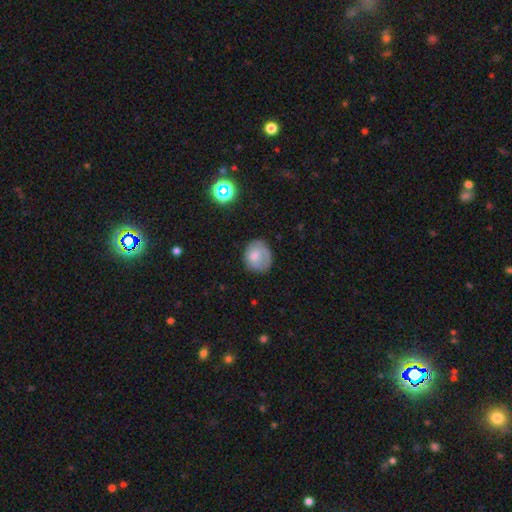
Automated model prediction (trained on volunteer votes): This appears to be a smooth galaxy with no disk features (68%) that is round (73%). Merging: none (62%).